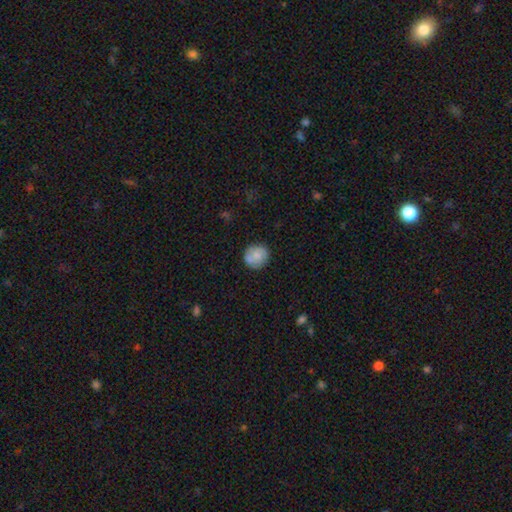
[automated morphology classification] type=smooth (71%); roundness=round (87%); merging=none (73%).